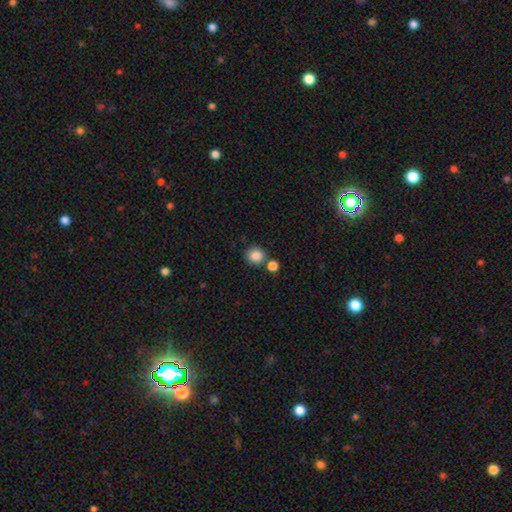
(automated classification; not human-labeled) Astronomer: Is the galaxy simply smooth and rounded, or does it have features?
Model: smooth — 86%.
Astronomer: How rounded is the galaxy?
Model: round — 89%.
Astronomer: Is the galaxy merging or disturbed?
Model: none — 73%.